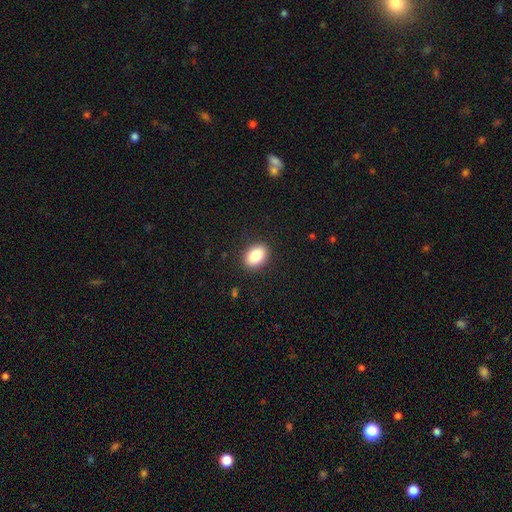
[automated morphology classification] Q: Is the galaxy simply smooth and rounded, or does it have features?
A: smooth — 85%.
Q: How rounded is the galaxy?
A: in between — 83%.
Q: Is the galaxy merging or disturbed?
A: none — 89%.